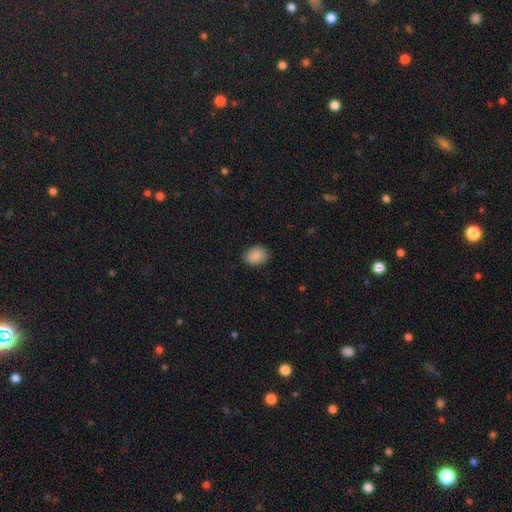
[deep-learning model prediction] Smooth or featured? Predicted: smooth (p=0.89). How rounded? Predicted: in between (p=0.62). Merging? Predicted: none (p=0.83).